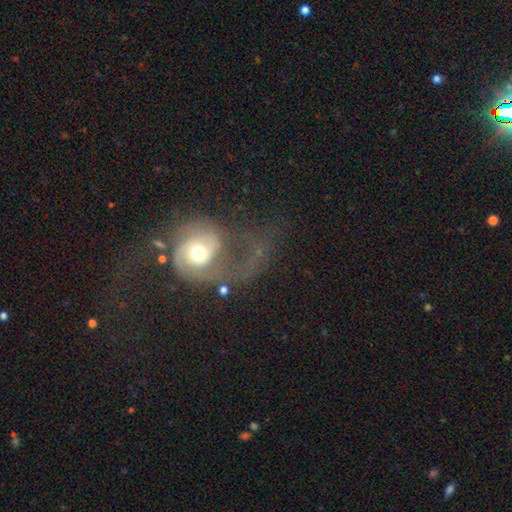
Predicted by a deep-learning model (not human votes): This appears to be a featured or disk galaxy (77%) with no bar (65%), 2 (84%) loose (61%) spiral arms (90%) and a moderate central bulge (59%). Merging: none (49%).